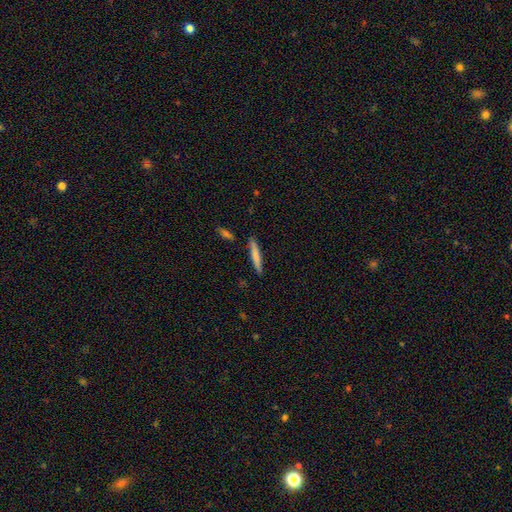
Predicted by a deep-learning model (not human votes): A smooth galaxy with no disk features (75%) that is cigar-shaped (93%). Merging: none (86%).